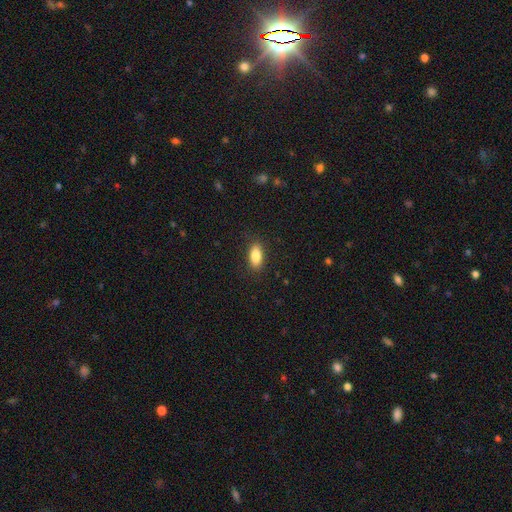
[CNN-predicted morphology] Smooth or featured?
  - smooth: 86% *
  - star or artifact: 7%
  - featured or disk: 7%
How rounded?
  - in between: 87% *
  - cigar-shaped: 10%
  - round: 4%
Merging?
  - none: 88% *
  - minor disturbance: 9%
  - major disturbance: 2%
  - merger: 1%